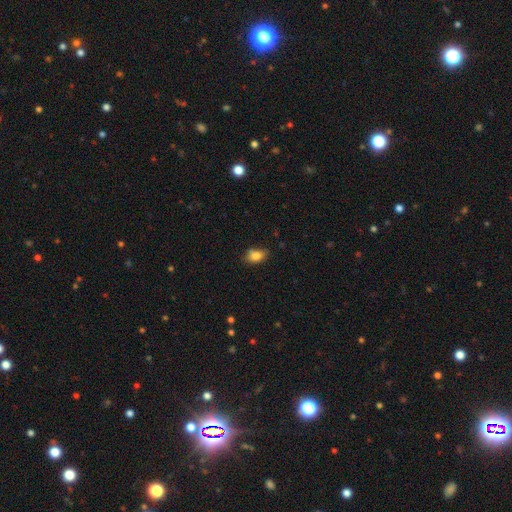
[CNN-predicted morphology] This appears to be a smooth galaxy with no disk features (83%) that is in between round and cigar-shaped (79%). Merging: none (64%).